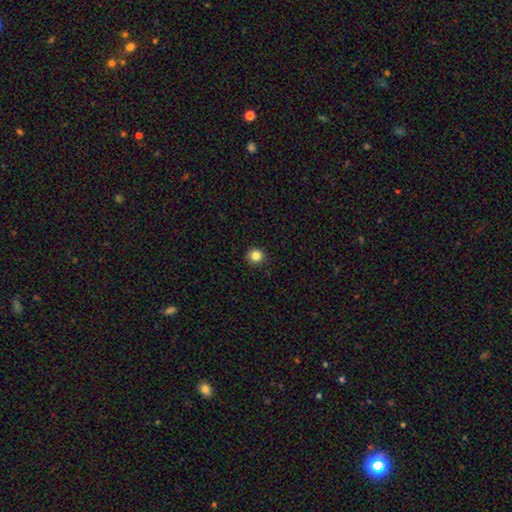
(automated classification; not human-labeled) smooth 85%, star or artifact 11%, featured or disk 4%. Down the decision tree: how rounded — round (92%); merging — none (90%).